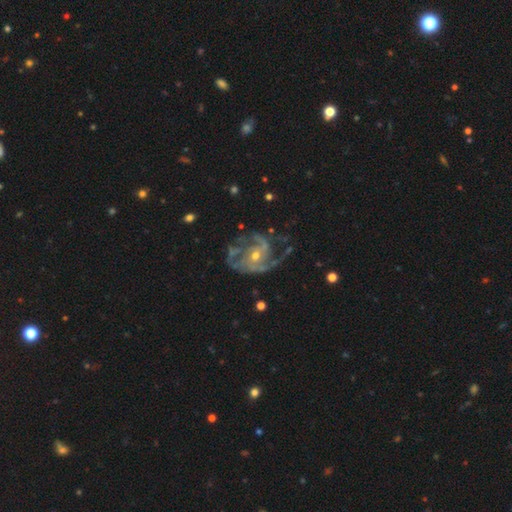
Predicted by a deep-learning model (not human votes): Smooth or featured?
  - featured or disk: 89% *
  - star or artifact: 6%
  - smooth: 5%
Edge-on disk?
  - no: 98% *
  - yes: 2%
Bar?
  - no: 64% *
  - weak: 28%
  - strong: 9%
Spiral arms?
  - yes: 95% *
  - no: 5%
Spiral winding?
  - medium: 47% *
  - tight: 35%
  - loose: 17%
Spiral arm count?
  - 2: 32% *
  - 3: 31%
  - can't tell: 17%
  - 4: 8%
  - 1: 7%
  - more than 4: 5%
Bulge size?
  - small: 53% *
  - moderate: 44%
  - large: 1%
  - none: 1%
  - dominant: 1%
Merging?
  - none: 52% *
  - major disturbance: 24%
  - minor disturbance: 22%
  - merger: 2%